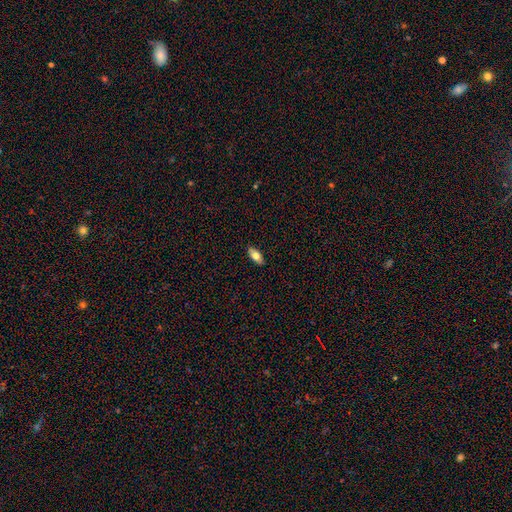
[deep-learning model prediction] This appears to be a smooth galaxy with no disk features (68%) that is in between round and cigar-shaped (83%). Merging: none (89%).